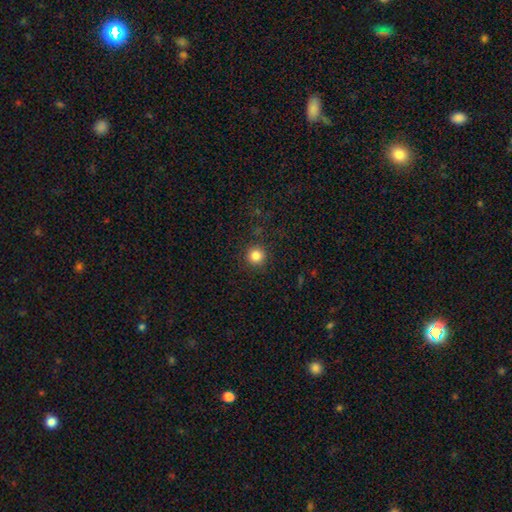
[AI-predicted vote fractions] This appears to be a smooth galaxy with no disk features (85%) that is round (95%). Merging: none (90%).